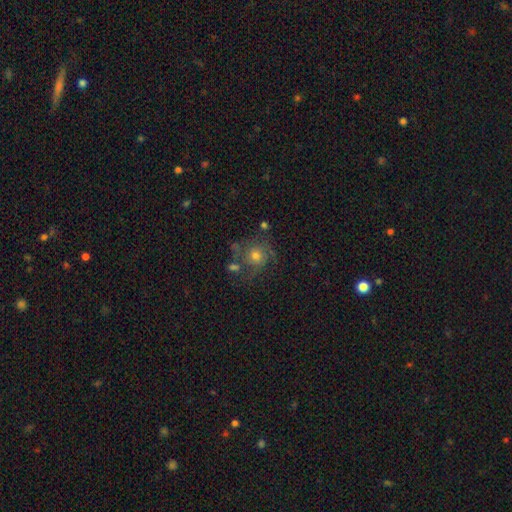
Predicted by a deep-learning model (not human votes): Morphology: type=featured or disk (54%); edge-on=no (97%); bar=no (84%); spiral arms=yes (81%); bulge=moderate (63%); merging=none (58%).